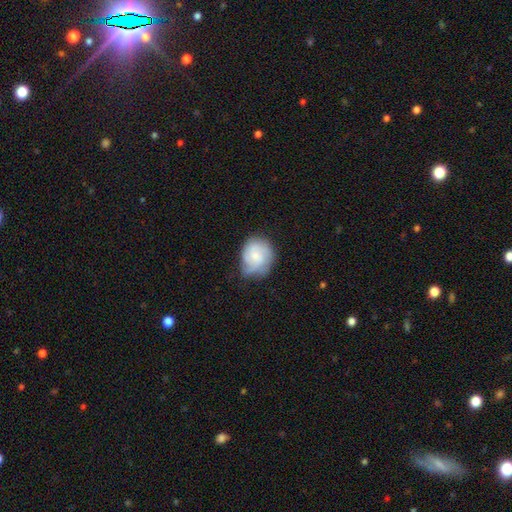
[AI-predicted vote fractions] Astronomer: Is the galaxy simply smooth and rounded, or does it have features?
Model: featured or disk — 55% (runner-up: smooth, 39%).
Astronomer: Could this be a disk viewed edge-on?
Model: no — 98%.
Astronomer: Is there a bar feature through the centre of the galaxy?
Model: no — 69%.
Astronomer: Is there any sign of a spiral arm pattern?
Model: yes — 88%.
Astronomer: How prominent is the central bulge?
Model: small — 48% (runner-up: moderate, 32%).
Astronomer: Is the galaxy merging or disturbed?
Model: none — 53% (runner-up: minor disturbance, 33%).